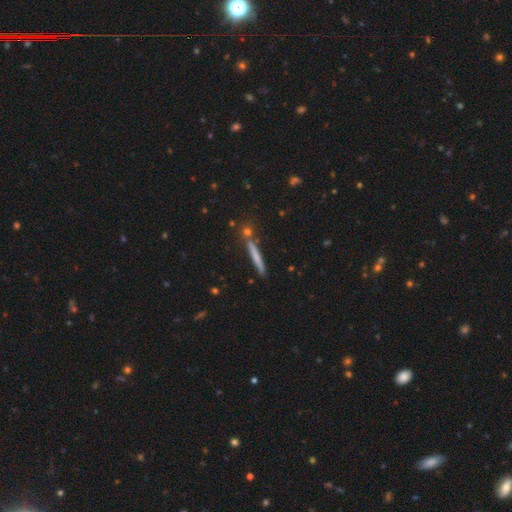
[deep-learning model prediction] smooth 63%, featured or disk 30%, star or artifact 7%. Down the decision tree: how rounded — cigar-shaped (96%); merging — none (84%).